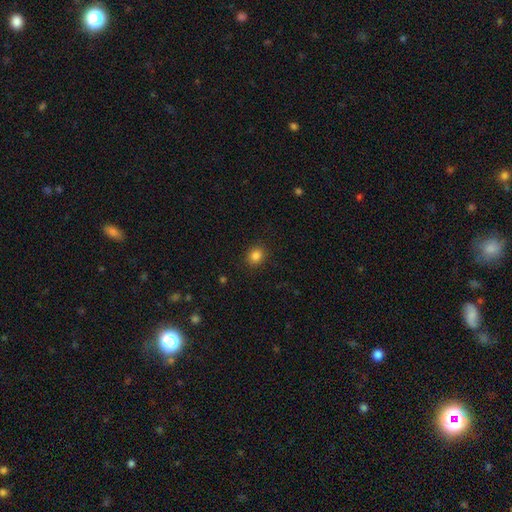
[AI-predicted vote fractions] smooth_or_featured: smooth (p=0.85) [alt: star or artifact p=0.11]
how_rounded: round (p=0.65) [alt: in between p=0.34]
merging: none (p=0.90) [alt: minor disturbance p=0.07]